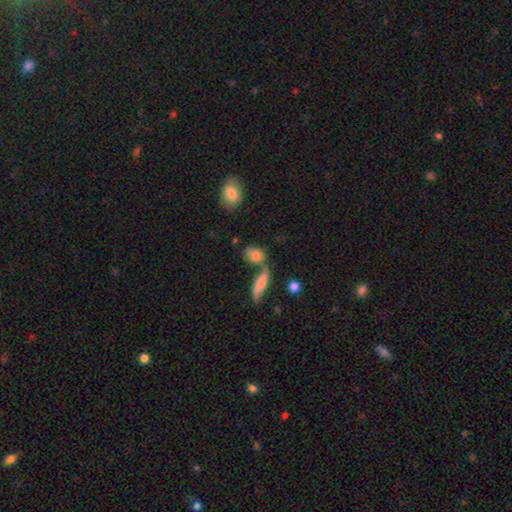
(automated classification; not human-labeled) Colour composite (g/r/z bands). It shows a smooth galaxy with no disk features (77%) that is in between round and cigar-shaped (70%). Merging: none (43%).